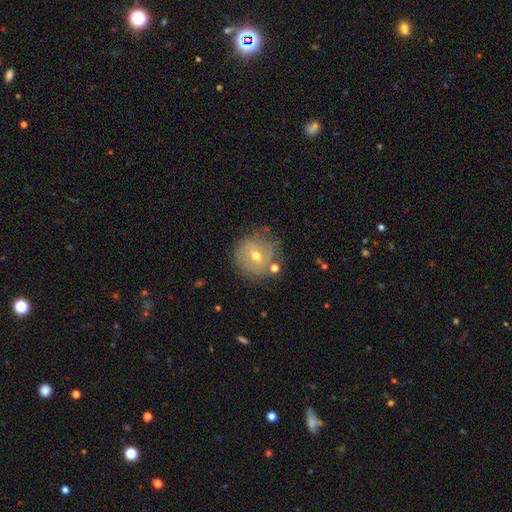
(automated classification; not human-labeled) Overall: smooth (45%; featured or disk 44%). Merging: none (72%).